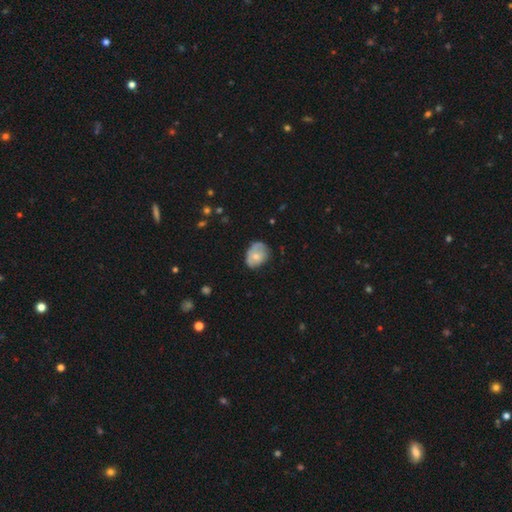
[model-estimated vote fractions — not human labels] The model was most divided on "merging": none: 49%, minor disturbance: 37%, major disturbance: 12%, merger: 2%. More confident: how rounded — in between (66%); smooth or featured — smooth (61%).